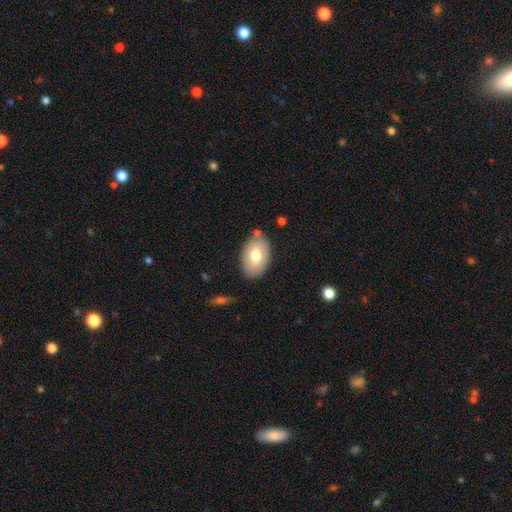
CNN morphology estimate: smooth 73%, featured or disk 20%, star or artifact 7%. Down the decision tree: how rounded — in between (90%); merging — none (79%).